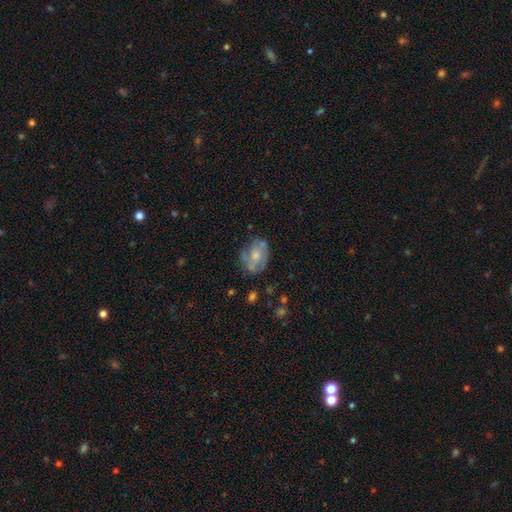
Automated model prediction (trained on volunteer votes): Morphology: type=featured or disk (57%); edge-on=no (97%); bar=no (76%); spiral arms=yes (57%); bulge=moderate (49%); merging=none (58%).